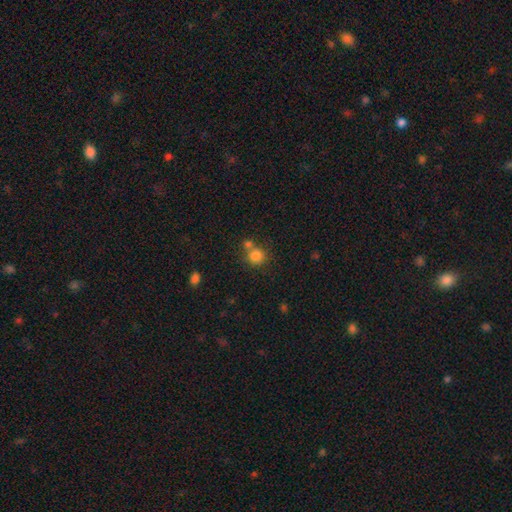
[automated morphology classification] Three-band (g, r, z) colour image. It shows a smooth galaxy with no disk features (82%) that is round (89%). Merging: none (57%).